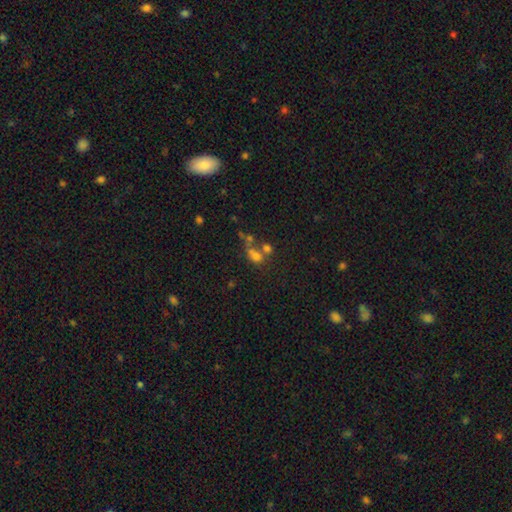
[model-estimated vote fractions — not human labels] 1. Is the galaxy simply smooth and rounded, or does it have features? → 61% smooth, 20% star or artifact, 19% featured or disk.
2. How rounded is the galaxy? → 51% in between, 47% round, 2% cigar-shaped.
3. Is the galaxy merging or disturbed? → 52% merger, 27% none, 11% major disturbance, 10% minor disturbance.